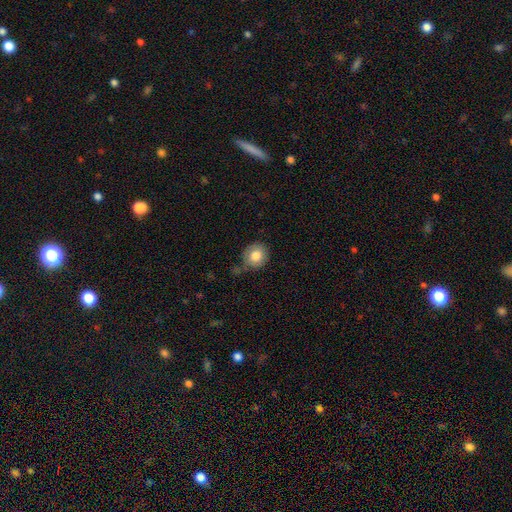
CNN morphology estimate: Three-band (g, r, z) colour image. It shows a smooth galaxy with no disk features (82%) that is round (82%). Merging: none (66%).